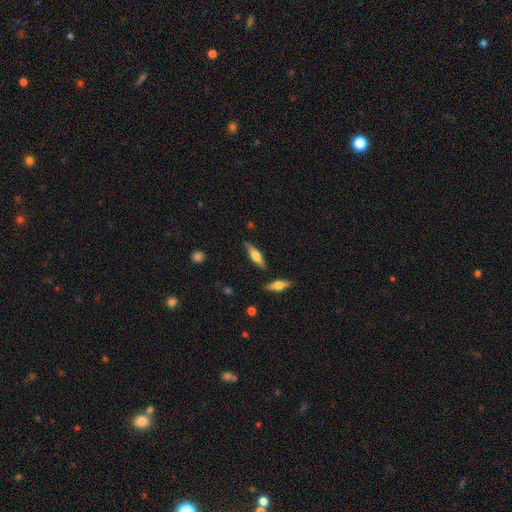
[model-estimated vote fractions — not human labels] This appears to be a featured or disk galaxy (58%) viewed edge-on (95%) with a rounded central bulge (87%). Merging: none (81%).